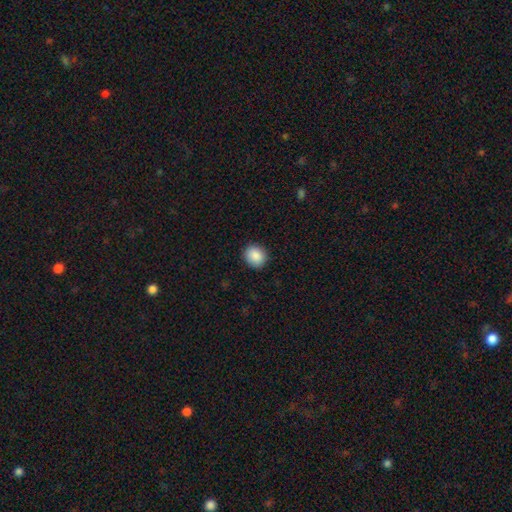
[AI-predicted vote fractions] A smooth galaxy with no disk features (88%) that is round (75%).

Vote fractions:
- Smooth or featured? smooth: 88% / star or artifact: 8% / featured or disk: 4%
- How rounded? round: 75% / in between: 24% / cigar-shaped: 1%
- Merging? none: 91% / minor disturbance: 6% / major disturbance: 2% / merger: 1%